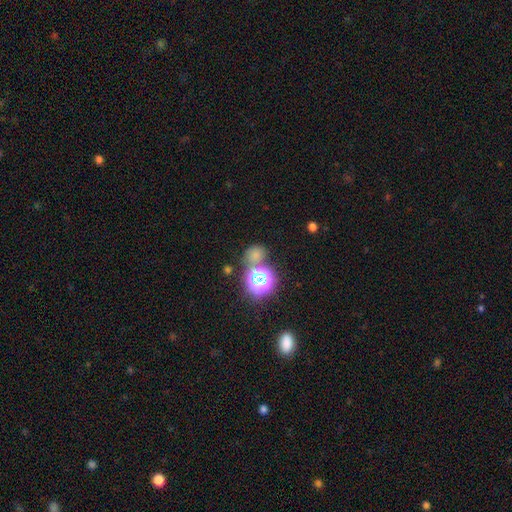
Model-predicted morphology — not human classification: Smooth or featured: smooth — 60% (star or artifact — 33%)
How rounded: round — 76% (in between — 23%)
Merging: none — 63% (merger — 21%)